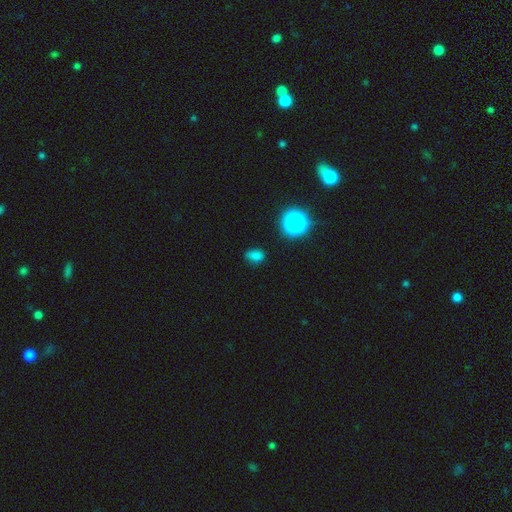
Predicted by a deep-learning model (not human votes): A smooth galaxy with no disk features (74%) that is in between round and cigar-shaped (67%). Merging: none (72%).